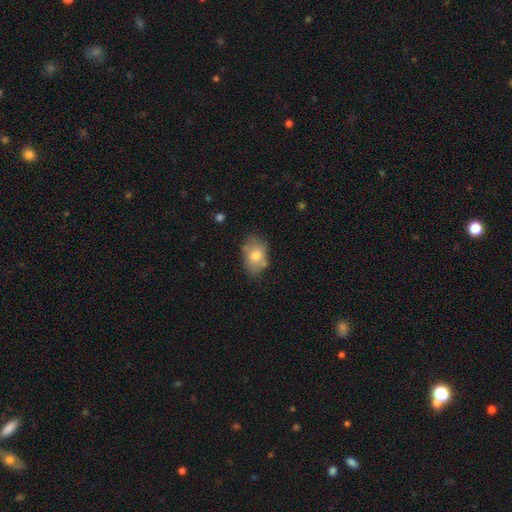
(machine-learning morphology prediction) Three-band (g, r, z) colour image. It shows a smooth galaxy with no disk features (72%) that is in between round and cigar-shaped (83%). Merging: none (58%).